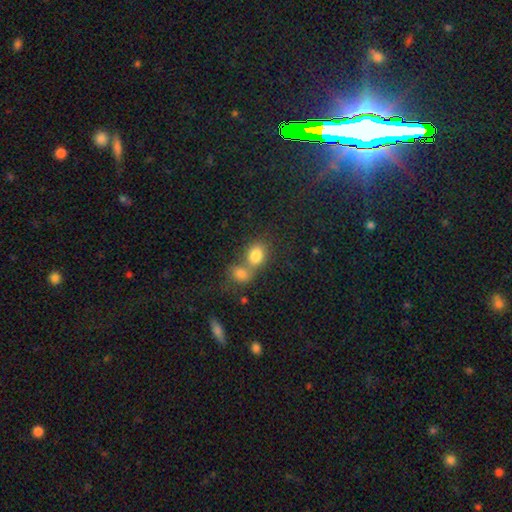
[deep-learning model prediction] Morphology: type=smooth (81%); roundness=in between (54%); merging=merger (57%).